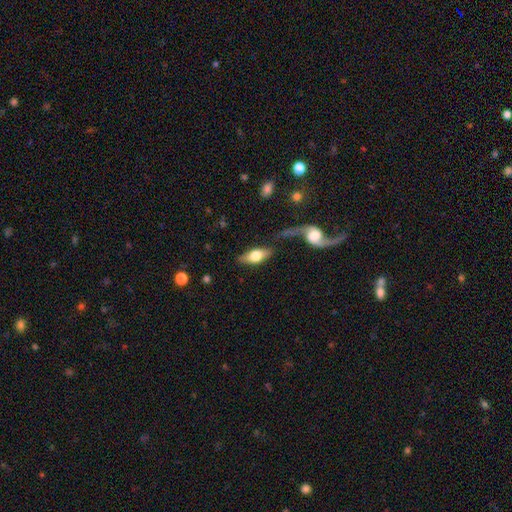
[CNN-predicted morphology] type=smooth (52%); roundness=in between (79%); merging=none (65%).